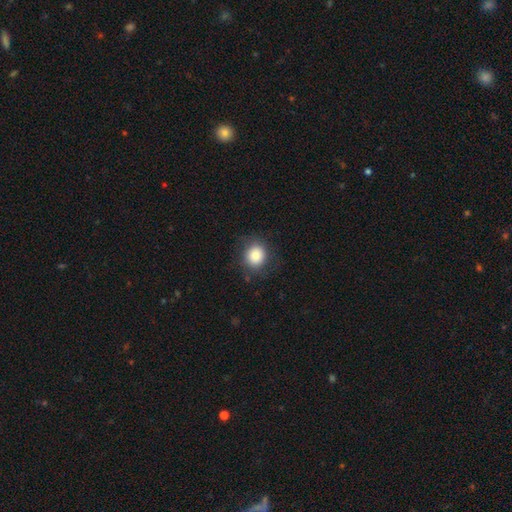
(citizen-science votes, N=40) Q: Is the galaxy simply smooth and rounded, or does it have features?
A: smooth — 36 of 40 (90%).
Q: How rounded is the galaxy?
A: round — 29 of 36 (81%).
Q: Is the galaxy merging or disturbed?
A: none — 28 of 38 (74%).